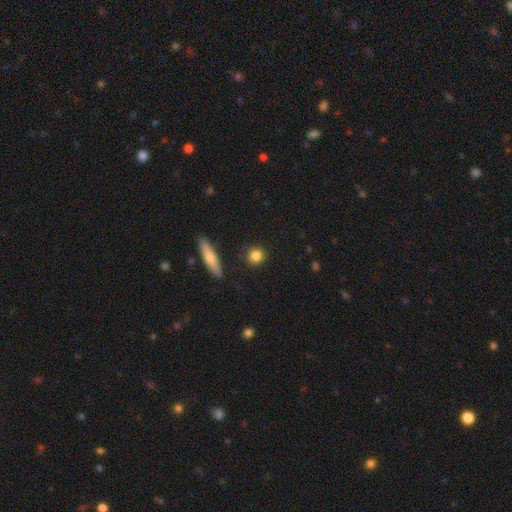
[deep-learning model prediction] Overall: smooth (84%). How rounded: round (85%). Merging: none (87%).